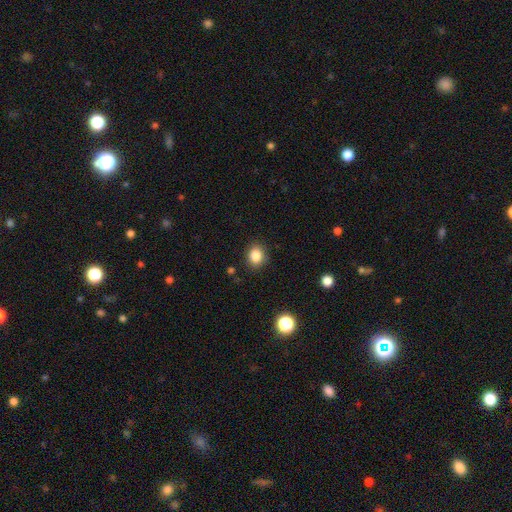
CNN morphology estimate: smooth-or-featured: smooth: 85% | star or artifact: 10% | featured or disk: 5%
  how-rounded: round: 65% | in between: 34% | cigar-shaped: 1%
  merging: none: 86% | minor disturbance: 10% | major disturbance: 3% | merger: 1%